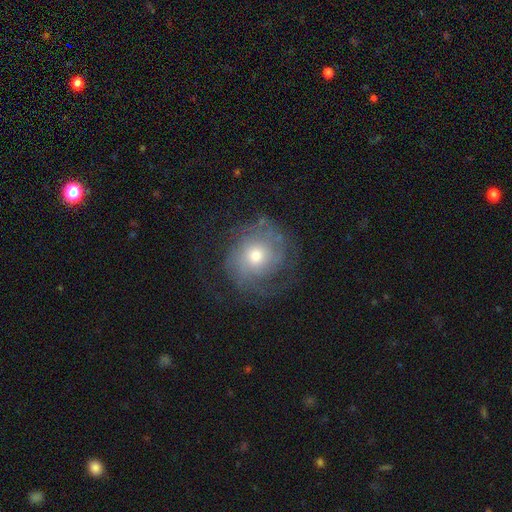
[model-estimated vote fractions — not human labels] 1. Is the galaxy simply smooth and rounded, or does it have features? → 67% featured or disk, 25% smooth, 8% star or artifact.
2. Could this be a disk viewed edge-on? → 97% no, 3% yes.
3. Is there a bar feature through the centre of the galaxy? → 81% no, 16% weak, 3% strong.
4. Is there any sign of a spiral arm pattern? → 83% yes, 17% no.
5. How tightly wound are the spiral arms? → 53% tight, 31% medium, 16% loose.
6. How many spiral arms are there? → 41% can't tell, 27% 2, 13% 3, 8% 1, 6% 4, 5% more than 4.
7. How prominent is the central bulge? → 58% moderate, 34% small, 6% large, 1% dominant, 1% none.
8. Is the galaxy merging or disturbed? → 64% none, 18% minor disturbance, 17% major disturbance, 1% merger.